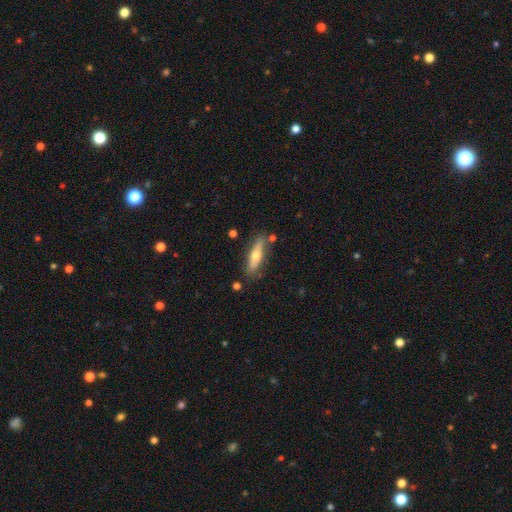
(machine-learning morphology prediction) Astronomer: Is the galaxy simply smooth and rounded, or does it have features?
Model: smooth — 48% (runner-up: featured or disk, 46%).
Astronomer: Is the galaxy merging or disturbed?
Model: none — 77%.